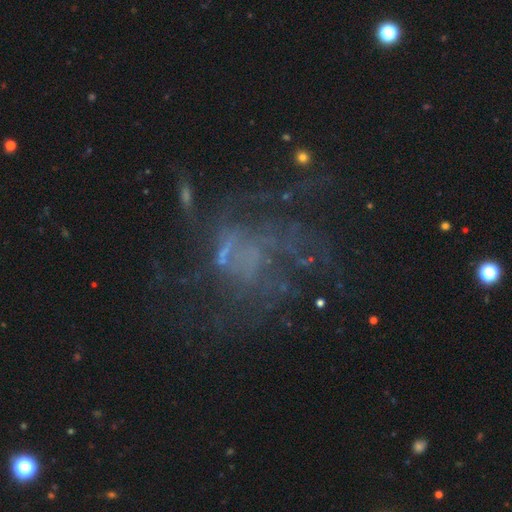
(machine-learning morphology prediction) Smooth or featured? Predicted: featured or disk (p=0.65). Edge-on disk? Predicted: no (p=0.98). Bar? Predicted: no (p=0.74). Spiral arms? Predicted: yes (p=0.57). Bulge size? Predicted: none (p=0.60). Merging? Predicted: none (p=0.43).